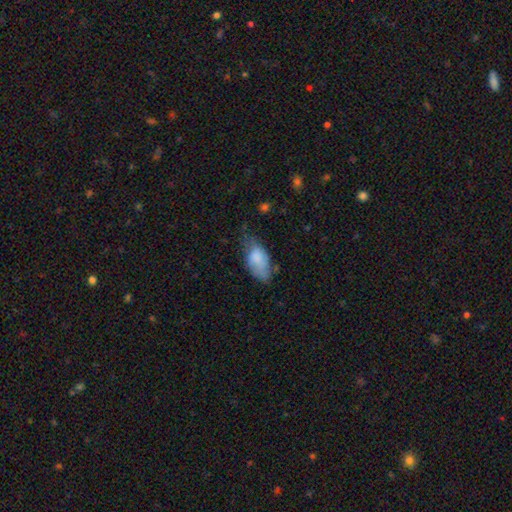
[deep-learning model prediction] smooth 77%, featured or disk 15%, star or artifact 8%. Down the decision tree: how rounded — in between (90%); merging — none (42%).